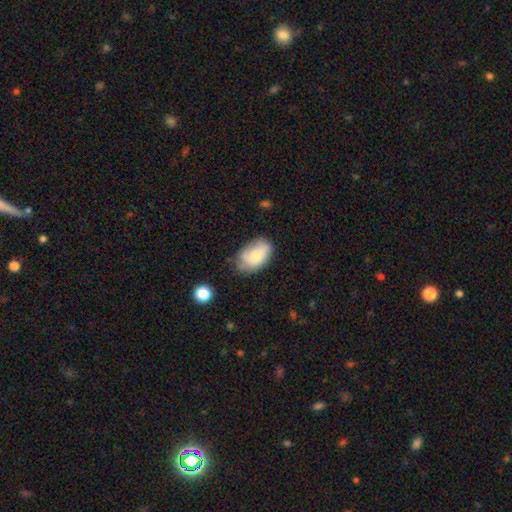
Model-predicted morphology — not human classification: smooth-or-featured: smooth: 72% | featured or disk: 21% | star or artifact: 7%
  how-rounded: in between: 91% | round: 8% | cigar-shaped: 1%
  merging: none: 64% | minor disturbance: 27% | major disturbance: 7% | merger: 2%